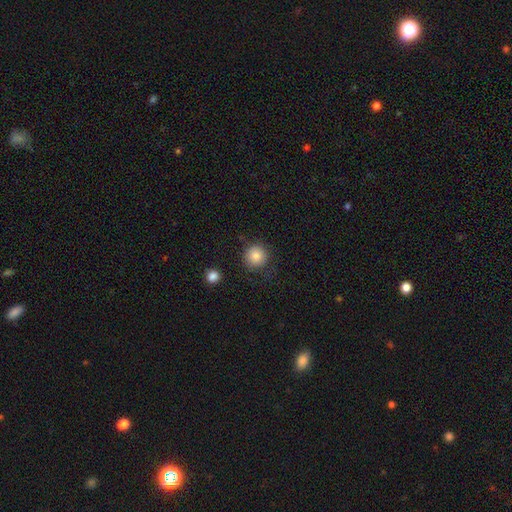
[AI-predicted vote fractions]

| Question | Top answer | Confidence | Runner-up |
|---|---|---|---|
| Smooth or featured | smooth | 84% | star or artifact (10%) |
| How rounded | round | 94% | in between (5%) |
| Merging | none | 83% | minor disturbance (11%) |